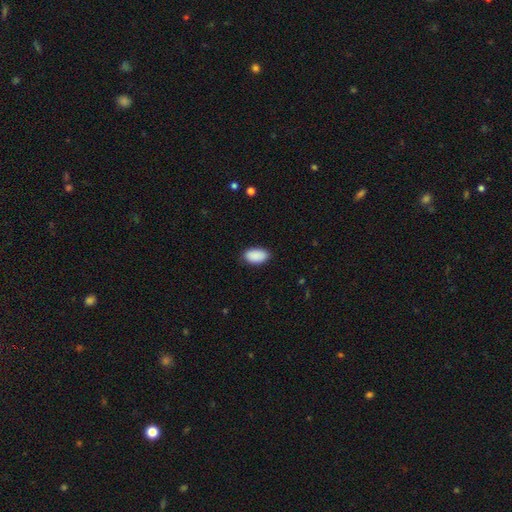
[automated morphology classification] Smooth or featured: smooth — 91% (star or artifact — 6%)
How rounded: in between — 94% (round — 4%)
Merging: none — 85% (minor disturbance — 12%)